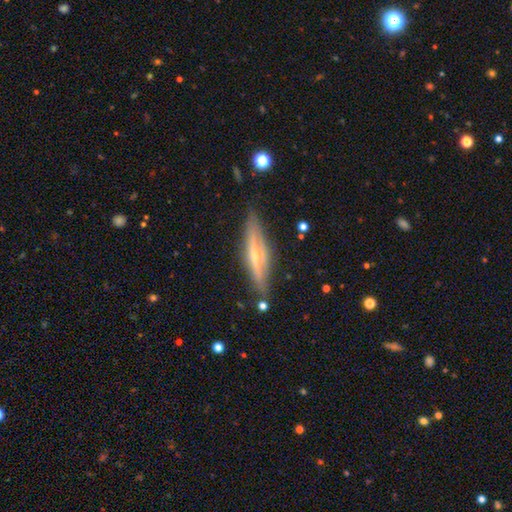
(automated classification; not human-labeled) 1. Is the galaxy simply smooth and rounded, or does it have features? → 69% featured or disk, 24% smooth, 7% star or artifact.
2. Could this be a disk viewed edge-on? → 94% yes, 6% no.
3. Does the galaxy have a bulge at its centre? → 63% rounded, 25% none, 12% boxy.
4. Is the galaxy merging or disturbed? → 84% none, 12% minor disturbance, 3% major disturbance, 2% merger.